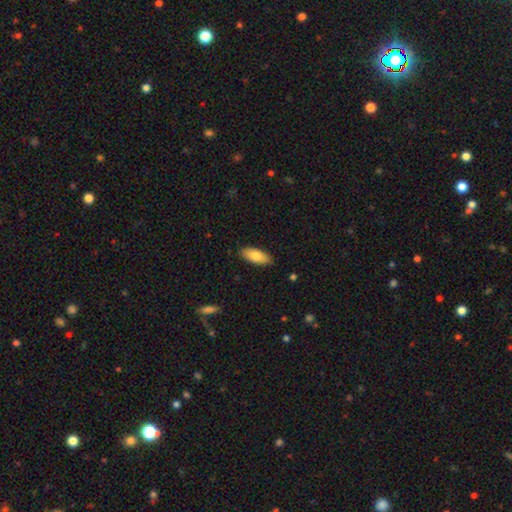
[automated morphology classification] This is likely a smooth galaxy (79%). How rounded: clearly in between (85%). Merging: clearly none (87%).